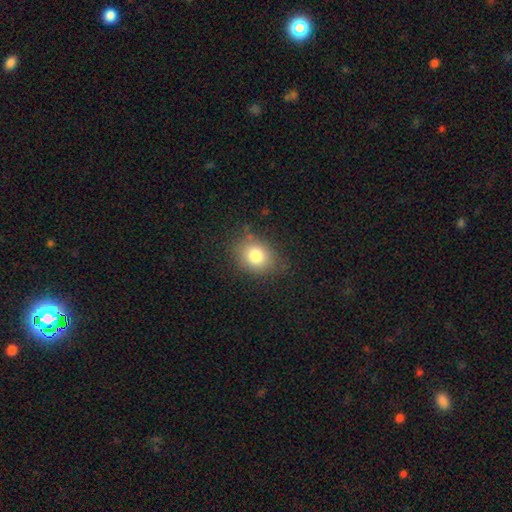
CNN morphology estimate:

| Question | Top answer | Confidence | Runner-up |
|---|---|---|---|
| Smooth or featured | smooth | 80% | star or artifact (10%) |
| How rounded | round | 52% | in between (47%) |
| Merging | none | 78% | minor disturbance (16%) |